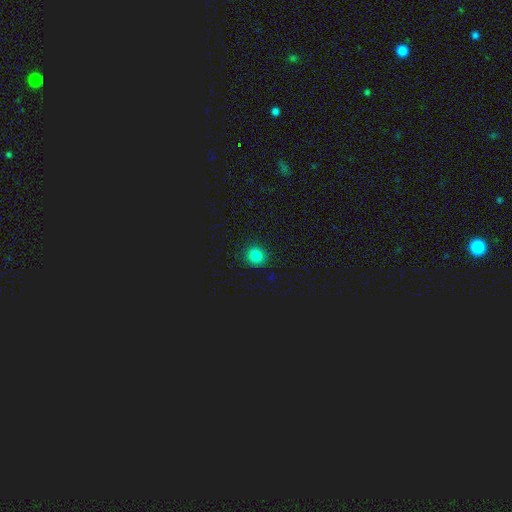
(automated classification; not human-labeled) Smooth or featured? Predicted: smooth (p=0.81). How rounded? Predicted: round (p=0.90). Merging? Predicted: none (p=0.90).